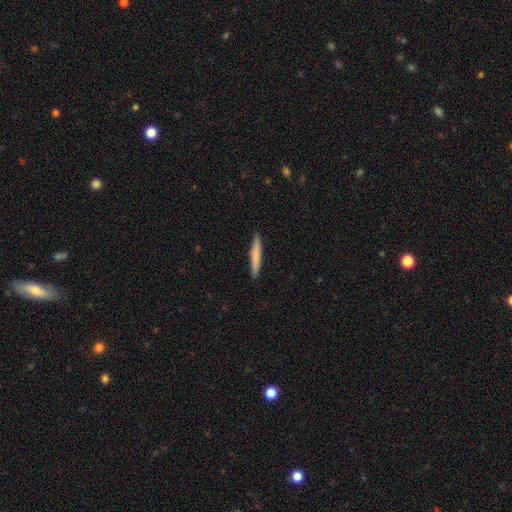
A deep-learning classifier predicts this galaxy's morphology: smooth 75%, featured or disk 20%, star or artifact 5%. Down the decision tree: how rounded — cigar-shaped (96%); merging — none (92%).